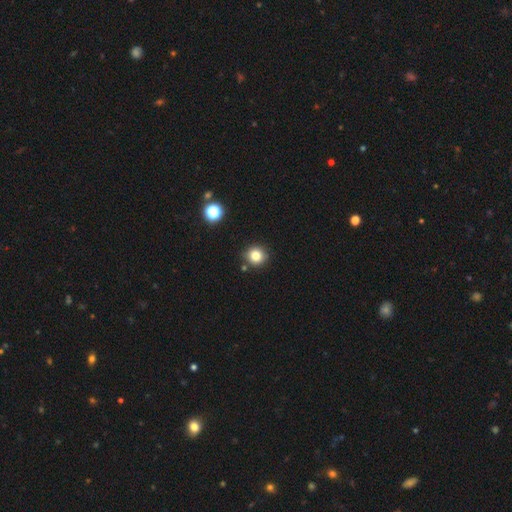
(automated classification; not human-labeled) Smooth or featured: smooth — 80% (star or artifact — 13%)
How rounded: round — 92% (in between — 7%)
Merging: none — 85% (minor disturbance — 8%)